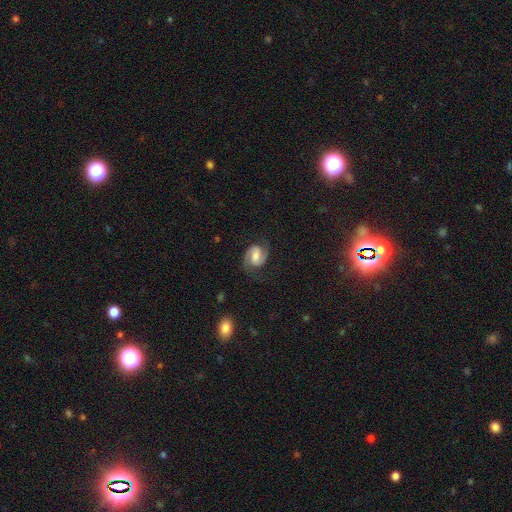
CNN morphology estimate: Smooth or featured? featured or disk (80%)
Edge-on disk? no (98%)
Bar? weak (49%)
Spiral arms? yes (97%)
Spiral winding? medium (52%)
Spiral arm count? 2 (92%)
Bulge size? moderate (48%)
Merging? none (76%)